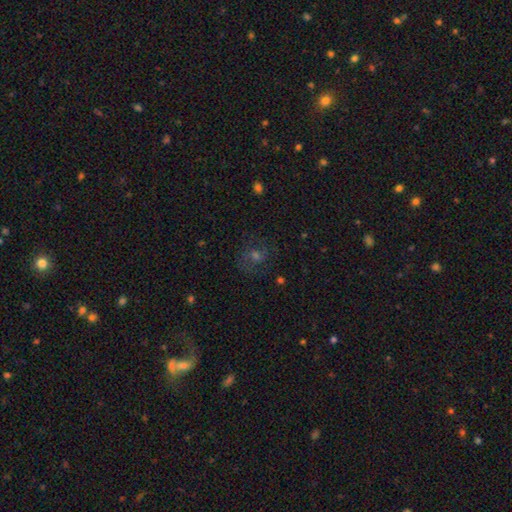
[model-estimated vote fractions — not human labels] Smooth or featured? featured or disk (44%)
Merging? none (74%)